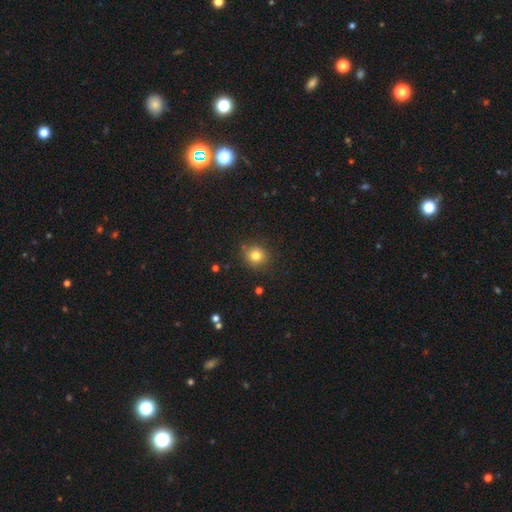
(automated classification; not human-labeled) Q: Smooth or featured?
A: smooth (80%); runner-up: star or artifact (13%)
Q: How rounded?
A: round (84%); runner-up: in between (15%)
Q: Merging?
A: none (84%); runner-up: minor disturbance (12%)